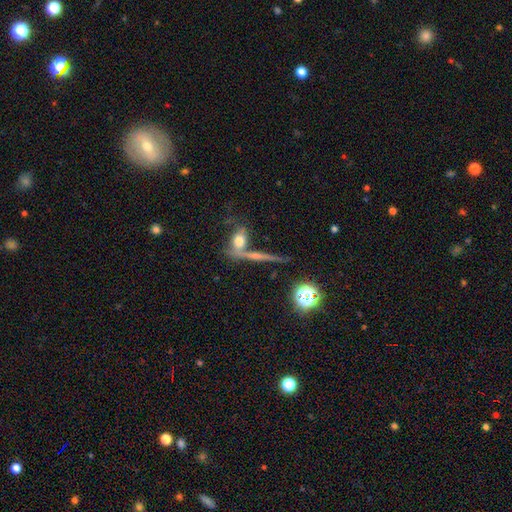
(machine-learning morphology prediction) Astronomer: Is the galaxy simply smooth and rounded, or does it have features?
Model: featured or disk — 44% (runner-up: smooth, 38%).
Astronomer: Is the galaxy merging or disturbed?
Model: none — 55%.